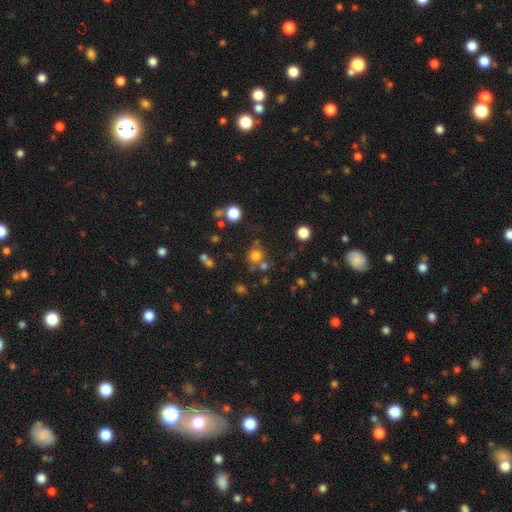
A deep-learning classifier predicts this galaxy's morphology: Smooth or featured: smooth — 72% (star or artifact — 19%)
How rounded: round — 89% (in between — 10%)
Merging: none — 63% (merger — 22%)